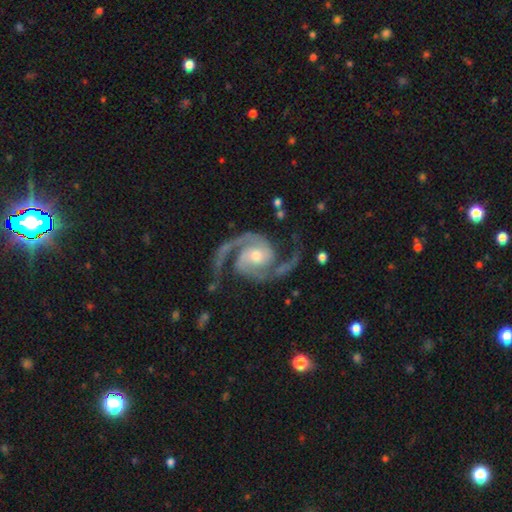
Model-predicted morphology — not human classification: Q: Smooth or featured?
A: featured or disk (94%); runner-up: star or artifact (4%)
Q: Edge-on disk?
A: no (98%); runner-up: yes (2%)
Q: Bar?
A: no (59%); runner-up: weak (30%)
Q: Spiral arms?
A: yes (99%); runner-up: no (1%)
Q: Spiral winding?
A: medium (61%); runner-up: tight (20%)
Q: Spiral arm count?
A: 2 (92%); runner-up: 3 (3%)
Q: Bulge size?
A: moderate (61%); runner-up: small (30%)
Q: Merging?
A: none (76%); runner-up: minor disturbance (14%)